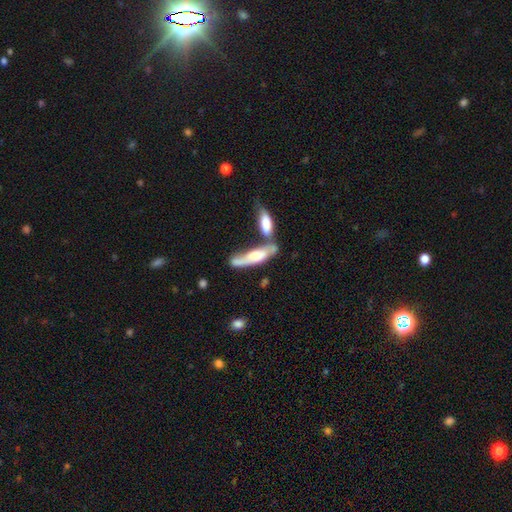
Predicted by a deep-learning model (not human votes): Smooth or featured?
  - smooth: 49% *
  - featured or disk: 44%
  - star or artifact: 6%
Merging?
  - merger: 50% *
  - none: 28%
  - minor disturbance: 14%
  - major disturbance: 9%